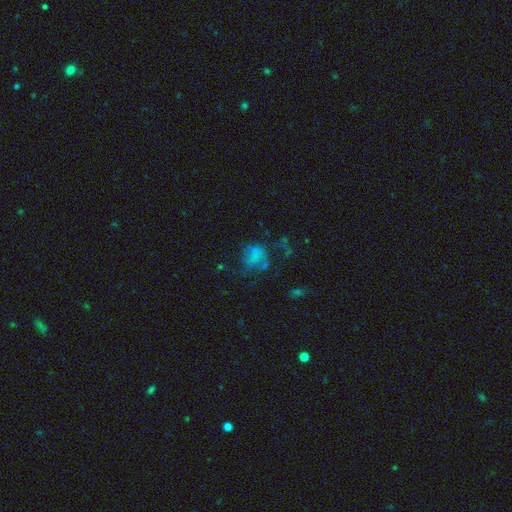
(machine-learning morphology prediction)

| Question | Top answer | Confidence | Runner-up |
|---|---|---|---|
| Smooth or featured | smooth | 48% | featured or disk (35%) |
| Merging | major disturbance | 40% | none (33%) |